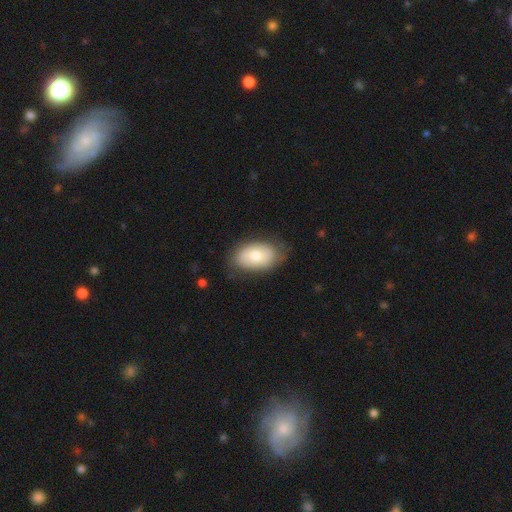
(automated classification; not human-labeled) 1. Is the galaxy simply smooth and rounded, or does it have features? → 69% smooth, 24% featured or disk, 6% star or artifact.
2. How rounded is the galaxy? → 91% in between, 8% round, 1% cigar-shaped.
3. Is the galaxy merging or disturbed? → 74% none, 20% minor disturbance, 5% major disturbance, 1% merger.